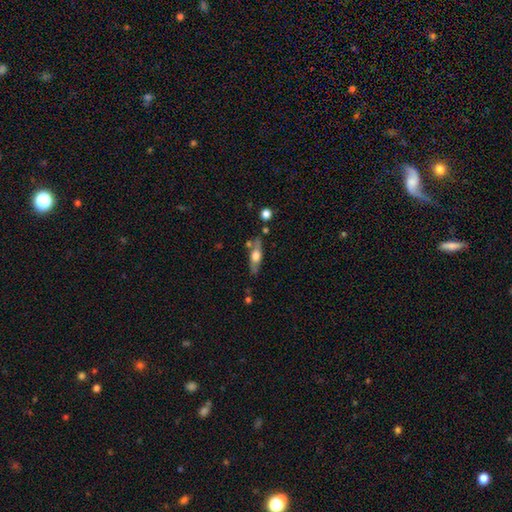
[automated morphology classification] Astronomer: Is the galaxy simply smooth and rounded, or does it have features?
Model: featured or disk — 47%, tied with smooth at 47%.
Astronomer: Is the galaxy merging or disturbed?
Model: none — 69%.